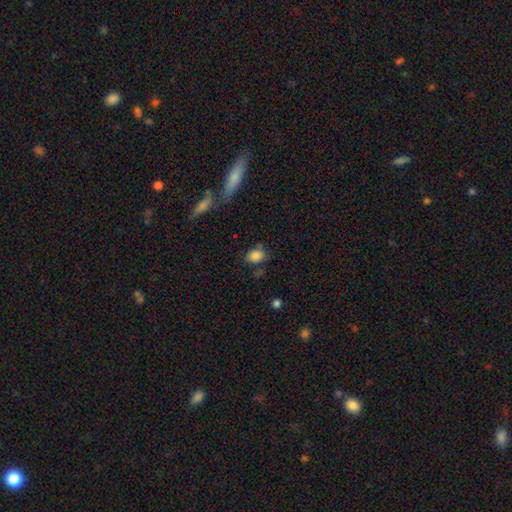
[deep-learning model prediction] smooth-or-featured: smooth: 83% | star or artifact: 10% | featured or disk: 7%
  how-rounded: in between: 64% | round: 34% | cigar-shaped: 2%
  merging: none: 65% | minor disturbance: 22% | major disturbance: 7% | merger: 6%